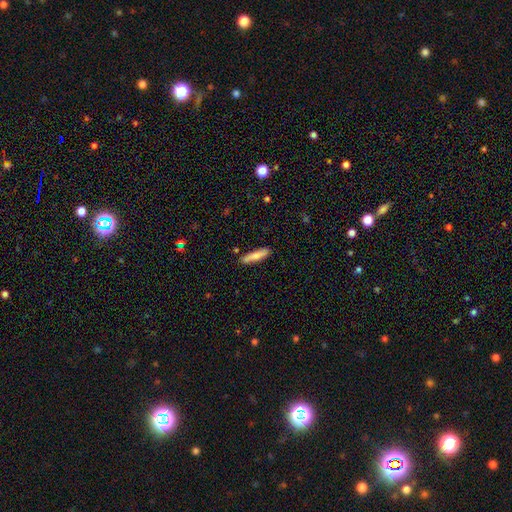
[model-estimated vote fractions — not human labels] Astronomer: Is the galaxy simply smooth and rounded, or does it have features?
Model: smooth — 73%.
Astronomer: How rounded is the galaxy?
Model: cigar-shaped — 83%.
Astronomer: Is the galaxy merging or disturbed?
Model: none — 86%.